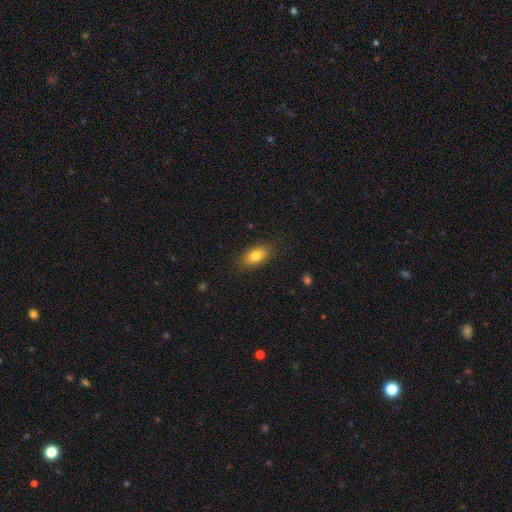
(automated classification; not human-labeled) Smooth or featured? smooth (81%)
How rounded? in between (87%)
Merging? none (85%)